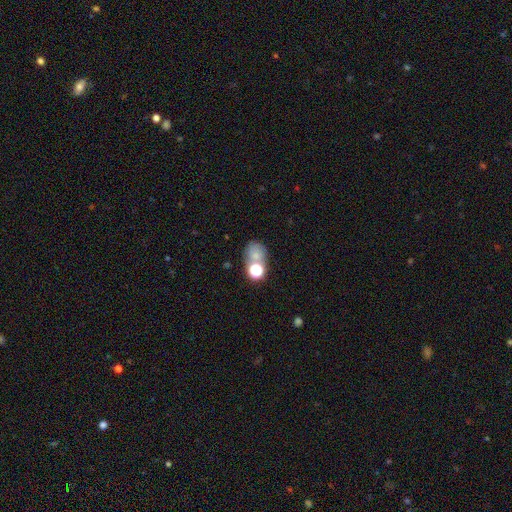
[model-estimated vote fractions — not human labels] Q: Smooth or featured?
A: smooth (65%); runner-up: star or artifact (20%)
Q: How rounded?
A: round (55%); runner-up: in between (43%)
Q: Merging?
A: none (47%); runner-up: merger (34%)